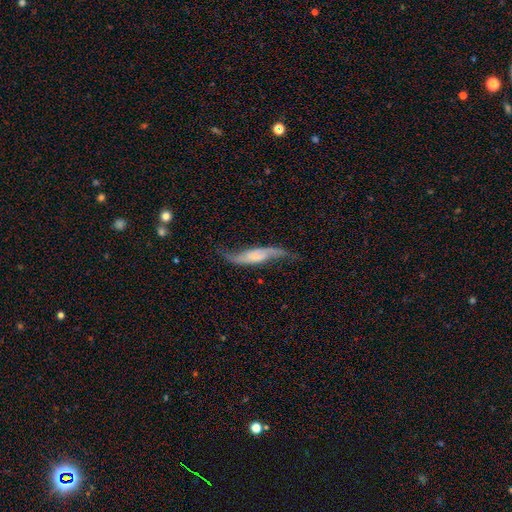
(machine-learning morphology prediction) A featured or disk galaxy (78%) with no bar (48%), 2 (91%) loose (85%) spiral arms (94%) and no central bulge (39%). Merging: none (64%).